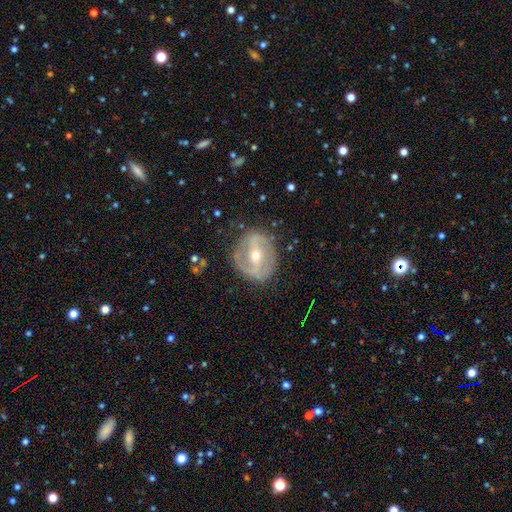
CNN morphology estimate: Q: Smooth or featured?
A: featured or disk (79%); runner-up: smooth (15%)
Q: Edge-on disk?
A: no (95%); runner-up: yes (5%)
Q: Bar?
A: strong (47%); runner-up: weak (34%)
Q: Spiral arms?
A: yes (74%); runner-up: no (26%)
Q: Spiral winding?
A: medium (43%); runner-up: tight (36%)
Q: Spiral arm count?
A: 2 (79%); runner-up: can't tell (13%)
Q: Bulge size?
A: moderate (52%); runner-up: small (44%)
Q: Merging?
A: none (77%); runner-up: minor disturbance (15%)